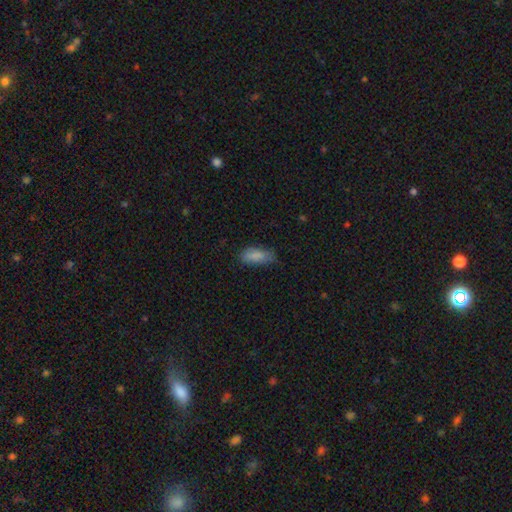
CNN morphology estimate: Smooth or featured? smooth (85%)
How rounded? in between (80%)
Merging? none (65%)